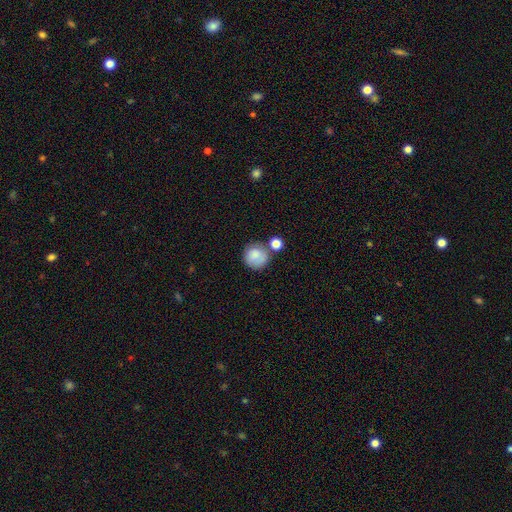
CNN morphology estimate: Smooth or featured? smooth (82%)
How rounded? round (91%)
Merging? none (62%)